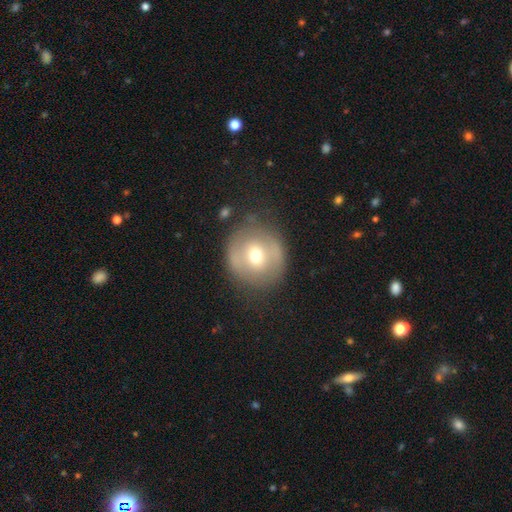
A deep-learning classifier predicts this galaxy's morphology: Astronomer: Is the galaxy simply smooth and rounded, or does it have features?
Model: smooth — 52% (runner-up: featured or disk, 39%).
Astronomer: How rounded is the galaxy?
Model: round — 88%.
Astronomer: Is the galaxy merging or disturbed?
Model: none — 76%.